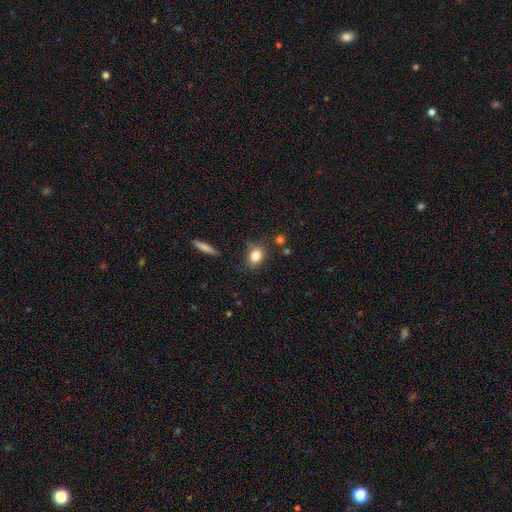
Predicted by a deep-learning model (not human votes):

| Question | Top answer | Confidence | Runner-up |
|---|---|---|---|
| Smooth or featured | smooth | 83% | star or artifact (10%) |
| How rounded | in between | 65% | round (33%) |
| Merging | none | 75% | minor disturbance (16%) |